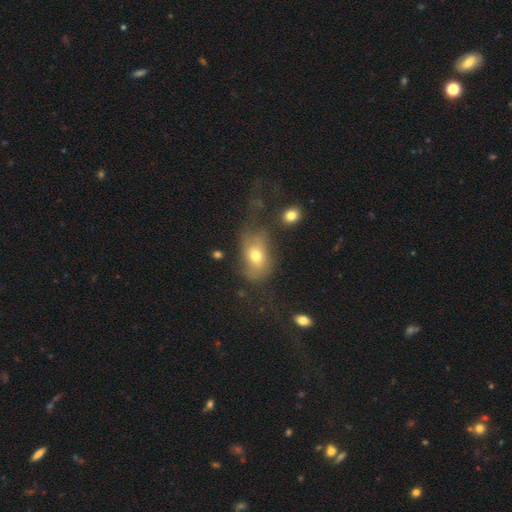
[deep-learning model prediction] Morphology: type=smooth (67%); roundness=in between (76%); merging=none (38%).